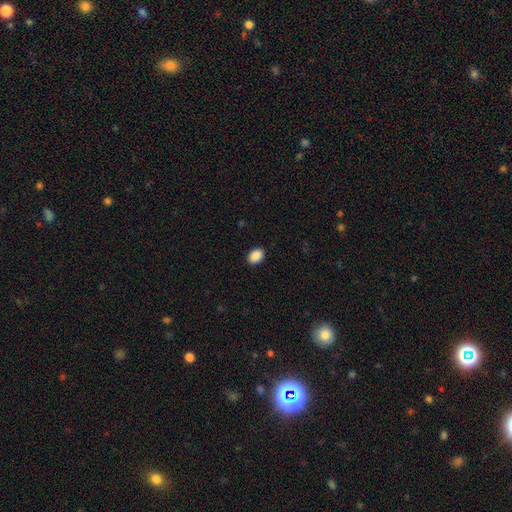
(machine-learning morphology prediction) A smooth galaxy with no disk features (90%) that is in between round and cigar-shaped (78%). Merging: none (90%).